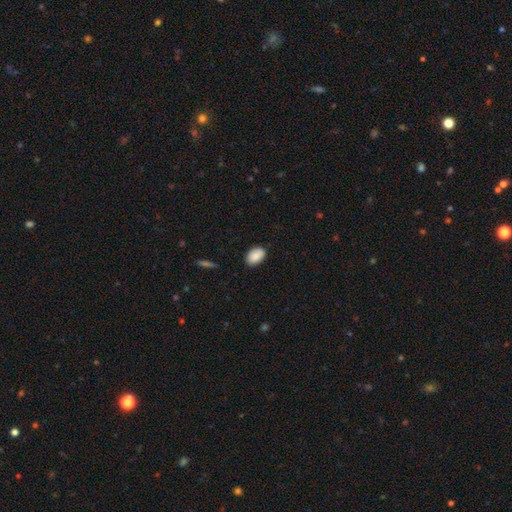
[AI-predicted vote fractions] Smooth or featured?
  - smooth: 89% *
  - star or artifact: 7%
  - featured or disk: 4%
How rounded?
  - in between: 89% *
  - round: 9%
  - cigar-shaped: 1%
Merging?
  - none: 85% *
  - minor disturbance: 12%
  - major disturbance: 2%
  - merger: 1%